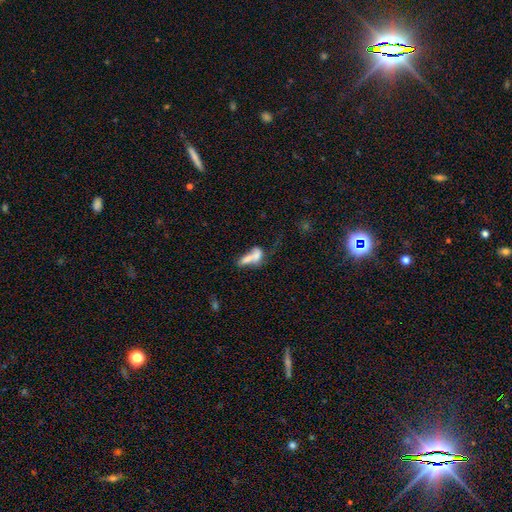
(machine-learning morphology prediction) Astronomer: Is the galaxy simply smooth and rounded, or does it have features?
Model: smooth — 61%.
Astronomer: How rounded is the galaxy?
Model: in between — 69%.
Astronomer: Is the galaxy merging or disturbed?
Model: merger — 66%.